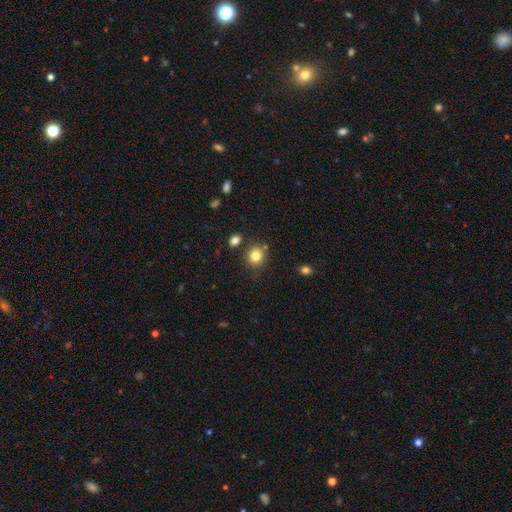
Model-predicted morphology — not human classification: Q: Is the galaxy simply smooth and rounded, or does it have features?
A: smooth — 82%.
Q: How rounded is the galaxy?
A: round — 84%.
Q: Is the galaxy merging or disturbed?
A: none — 79%.